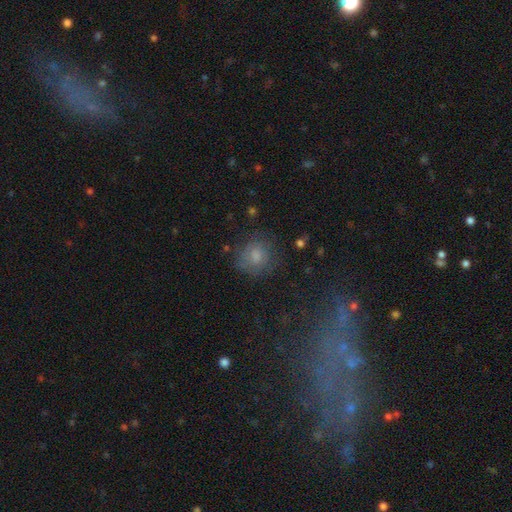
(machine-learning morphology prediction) The model was most divided on "merging": none: 68%, minor disturbance: 19%, major disturbance: 11%, merger: 2%. More confident: how rounded — round (80%); smooth or featured — smooth (69%).